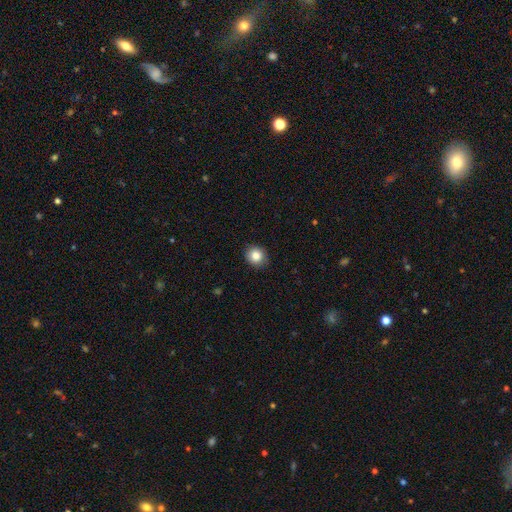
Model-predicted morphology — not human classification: Q: Smooth or featured?
A: smooth (85%); runner-up: star or artifact (10%)
Q: How rounded?
A: round (81%); runner-up: in between (19%)
Q: Merging?
A: none (87%); runner-up: minor disturbance (10%)